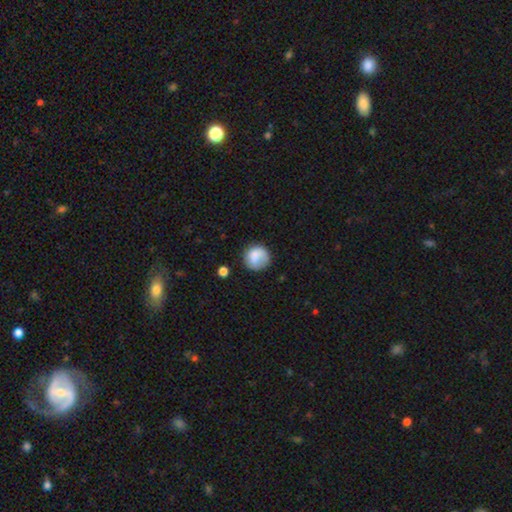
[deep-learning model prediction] smooth-or-featured: smooth: 80% | featured or disk: 13% | star or artifact: 8%
  how-rounded: round: 90% | in between: 9% | cigar-shaped: 1%
  merging: none: 69% | minor disturbance: 20% | major disturbance: 9% | merger: 3%